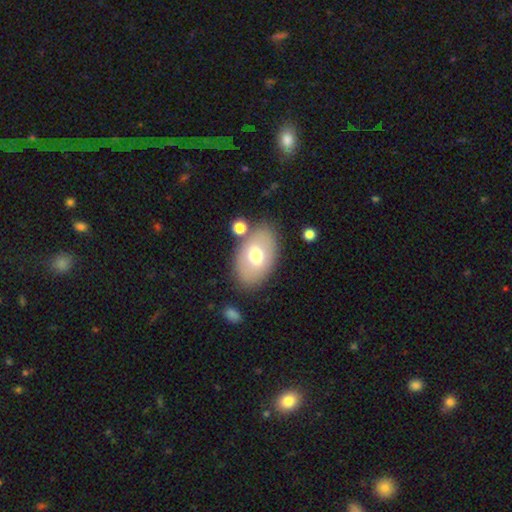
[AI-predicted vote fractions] smooth-or-featured: smooth: 63% | featured or disk: 30% | star or artifact: 7%
  how-rounded: in between: 89% | round: 10% | cigar-shaped: 1%
  merging: none: 75% | minor disturbance: 14% | merger: 7% | major disturbance: 4%